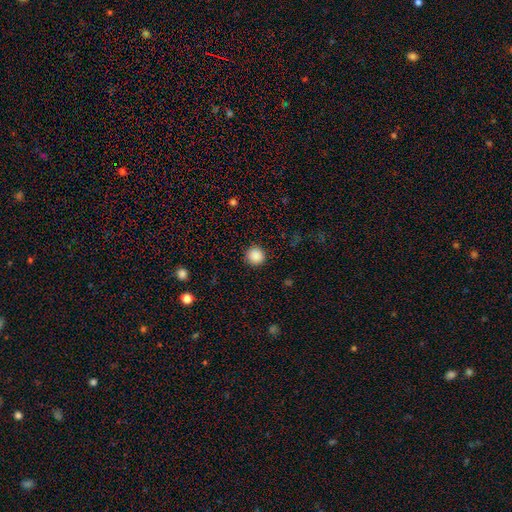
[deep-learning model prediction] Smooth or featured: smooth — 88% (star or artifact — 10%)
How rounded: round — 95% (in between — 4%)
Merging: none — 92% (minor disturbance — 5%)